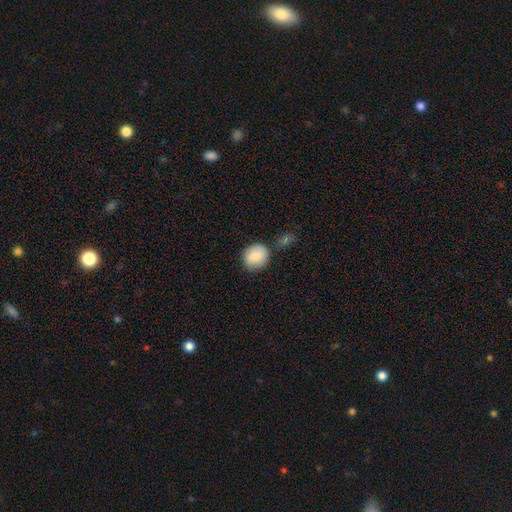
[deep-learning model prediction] Q: Smooth or featured?
A: smooth (86%); runner-up: featured or disk (7%)
Q: How rounded?
A: round (73%); runner-up: in between (26%)
Q: Merging?
A: none (72%); runner-up: minor disturbance (14%)